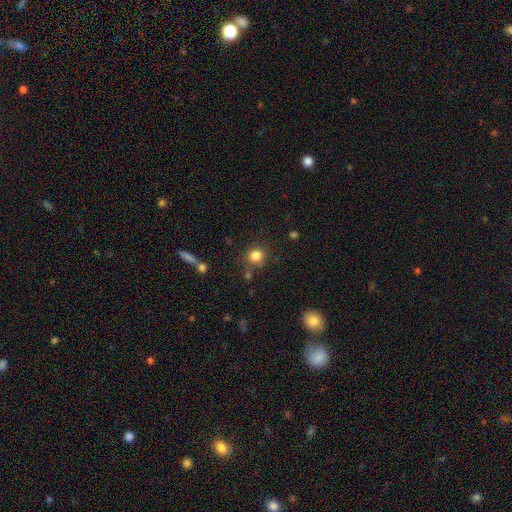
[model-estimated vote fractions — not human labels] Overall: smooth (83%). How rounded: round (87%). Merging: none (78%).